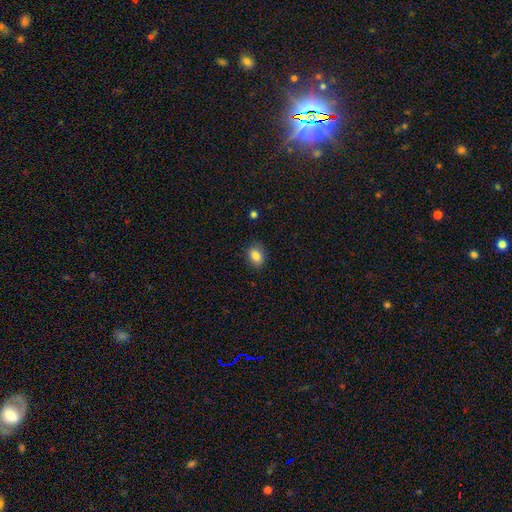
Smooth or featured? smooth (82%)
How rounded? in between (76%)
Merging? none (75%)